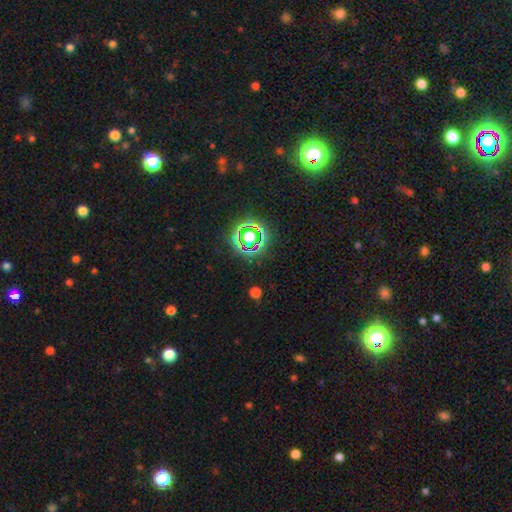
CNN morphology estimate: smooth-or-featured: star or artifact: 79% | smooth: 14% | featured or disk: 7%